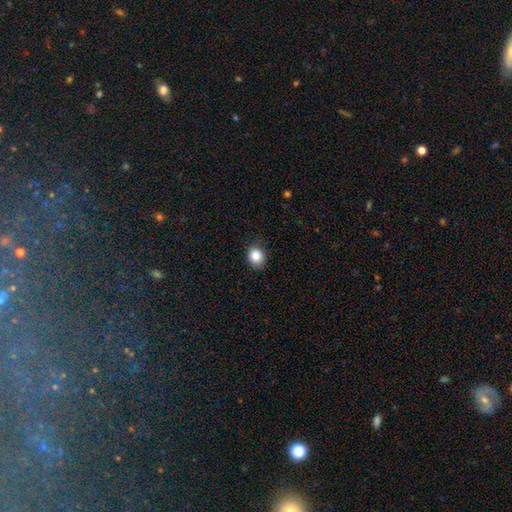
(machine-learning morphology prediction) The model was most divided on "how rounded": round: 70%, in between: 29%, cigar-shaped: 1%. More confident: smooth or featured — smooth (86%); merging — none (82%).